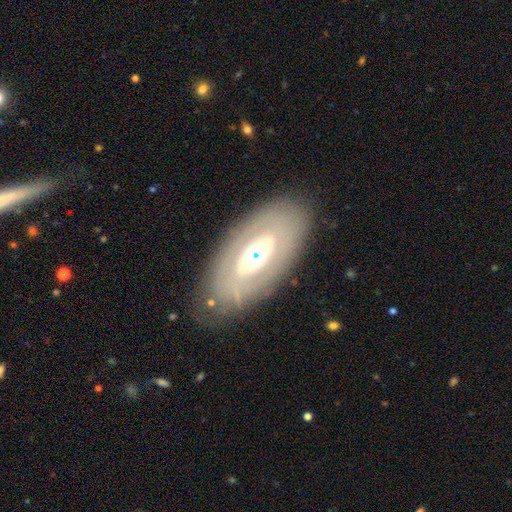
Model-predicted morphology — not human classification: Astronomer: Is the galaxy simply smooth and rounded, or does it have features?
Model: featured or disk — 63%.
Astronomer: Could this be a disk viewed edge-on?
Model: no — 89%.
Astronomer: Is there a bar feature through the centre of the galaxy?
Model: no — 76%.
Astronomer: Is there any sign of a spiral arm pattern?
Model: no — 76%.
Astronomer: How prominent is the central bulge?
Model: moderate — 58%.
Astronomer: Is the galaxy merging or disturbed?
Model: none — 78%.